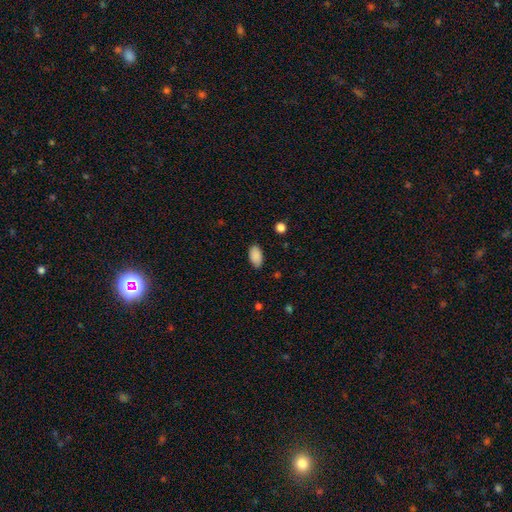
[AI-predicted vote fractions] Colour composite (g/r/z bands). It shows a smooth galaxy with no disk features (90%) that is in between round and cigar-shaped (94%). Merging: none (85%).